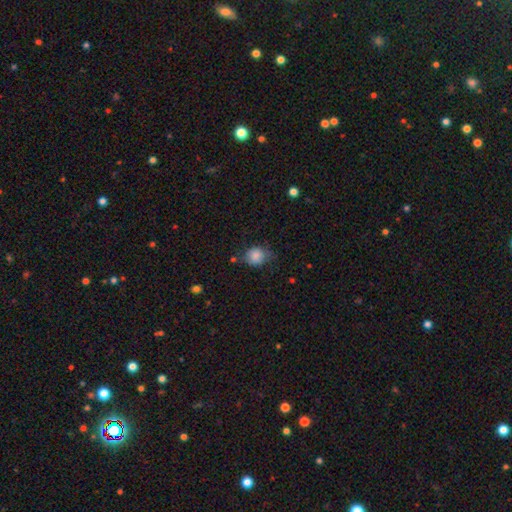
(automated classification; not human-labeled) This is clearly a smooth galaxy (81%). How rounded: likely round (69%). Merging: possibly none (59%).